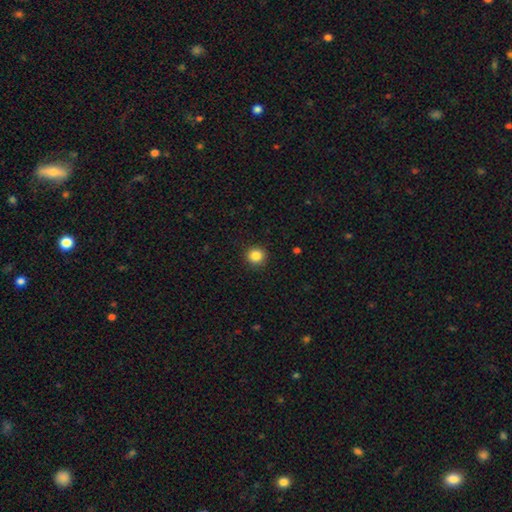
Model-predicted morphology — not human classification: smooth_or_featured: smooth (p=0.85) [alt: star or artifact p=0.11]
how_rounded: round (p=0.93) [alt: in between p=0.06]
merging: none (p=0.92) [alt: minor disturbance p=0.05]